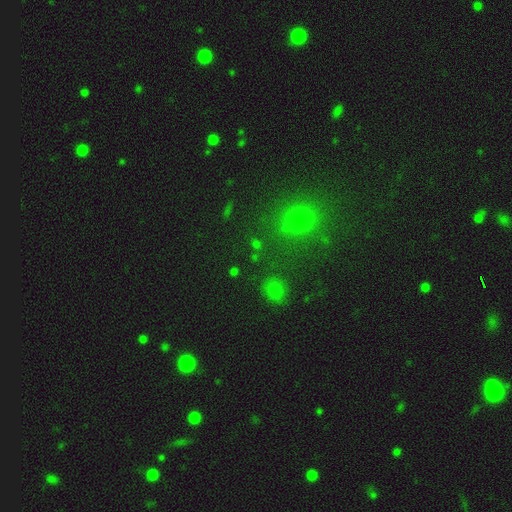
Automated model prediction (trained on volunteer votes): This is possibly a smooth galaxy (53%). How rounded: likely round (72%). Merging: likely none (79%).